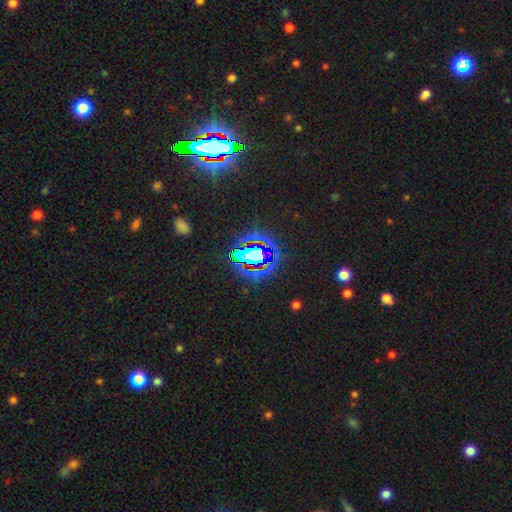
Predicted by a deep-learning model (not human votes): star or artifact 71%, smooth 15%, featured or disk 13%.